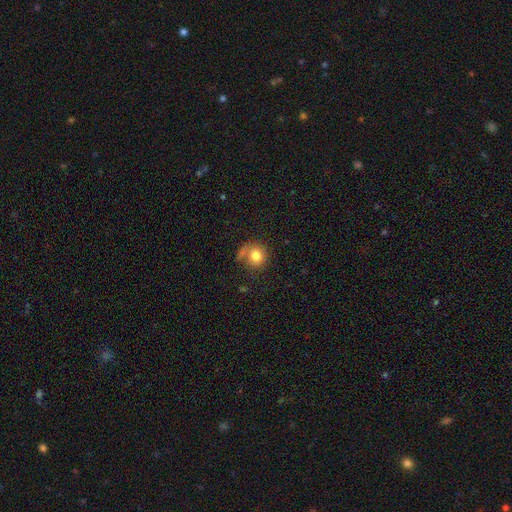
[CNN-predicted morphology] smooth 78%, featured or disk 13%, star or artifact 9%. Down the decision tree: how rounded — round (86%); merging — none (56%).